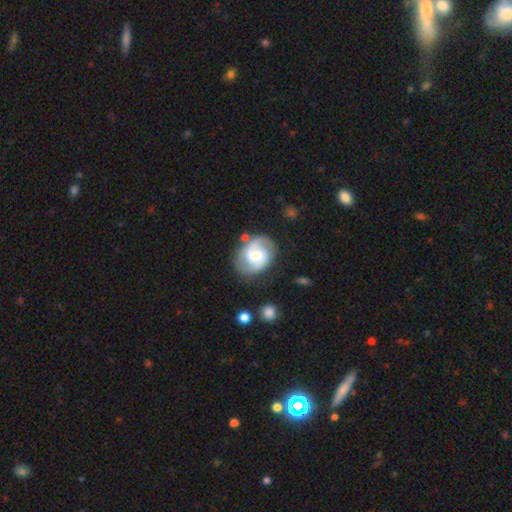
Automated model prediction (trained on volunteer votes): Smooth or featured: featured or disk — 72% (smooth — 22%)
Edge-on disk: no — 98% (yes — 2%)
Bar: weak — 52% (no — 28%)
Spiral arms: yes — 90% (no — 10%)
Spiral winding: medium — 47% (tight — 35%)
Spiral arm count: 2 — 83% (can't tell — 9%)
Bulge size: moderate — 54% (small — 25%)
Merging: none — 71% (minor disturbance — 17%)